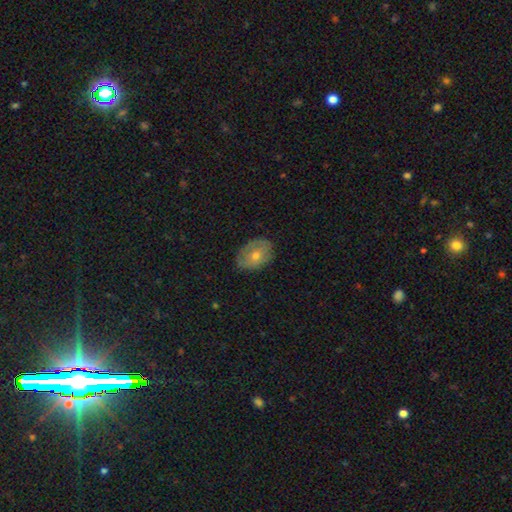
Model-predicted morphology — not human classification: The model was most divided on "smooth or featured": smooth: 51%, featured or disk: 40%, star or artifact: 9%. More confident: merging — none (77%); how rounded — in between (75%).